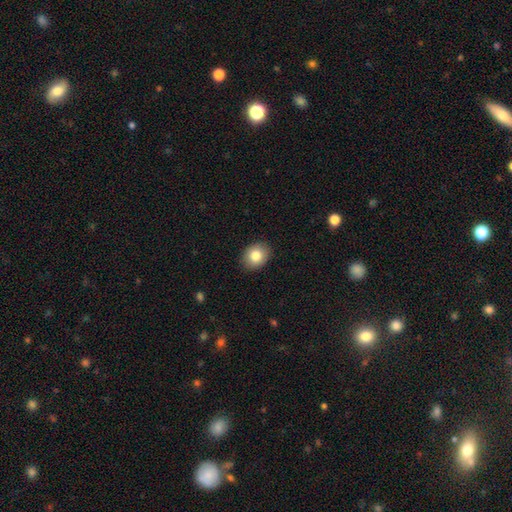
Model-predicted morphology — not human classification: A smooth galaxy with no disk features (82%) that is in between round and cigar-shaped (51%).

Vote fractions:
- Smooth or featured? smooth: 82% / featured or disk: 10% / star or artifact: 9%
- How rounded? in between: 51% / round: 48% / cigar-shaped: 1%
- Merging? none: 89% / minor disturbance: 8% / major disturbance: 2% / merger: 1%